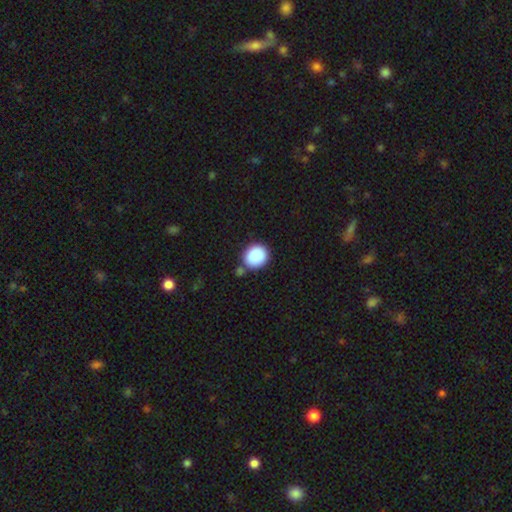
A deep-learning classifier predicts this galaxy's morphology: smooth 89%, star or artifact 8%, featured or disk 4%. Down the decision tree: how rounded — round (77%); merging — none (74%).